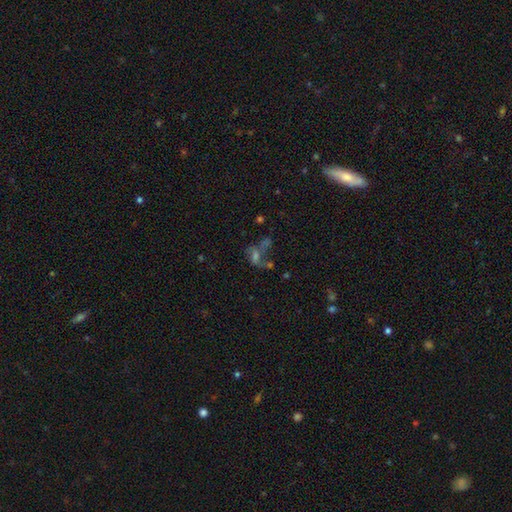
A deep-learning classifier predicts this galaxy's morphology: smooth_or_featured: featured or disk (p=0.40) [alt: star or artifact p=0.32]
merging: none (p=0.31) [alt: major disturbance p=0.28]